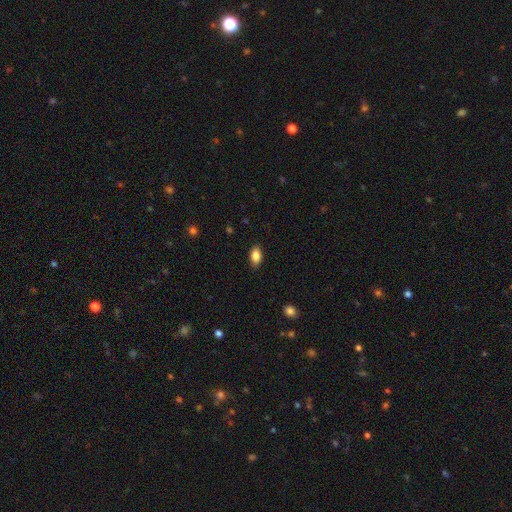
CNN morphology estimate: type=smooth (86%); roundness=in between (90%); merging=none (86%).